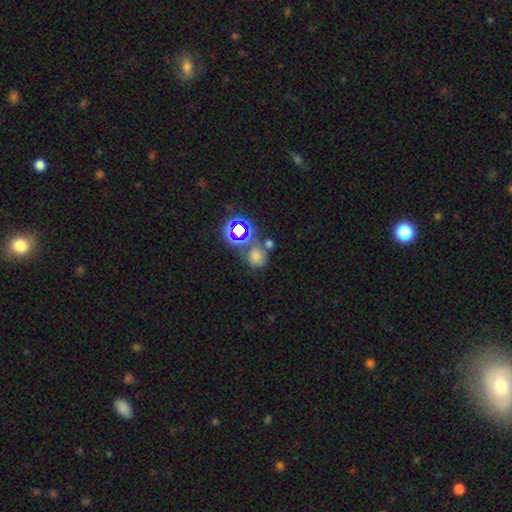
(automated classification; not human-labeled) Morphology: type=smooth (55%); roundness=round (79%); merging=none (58%).